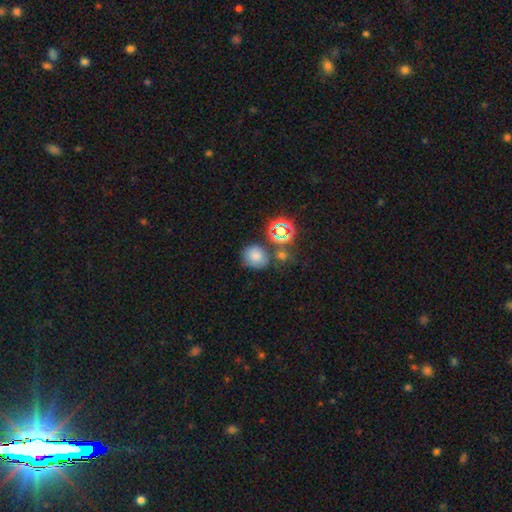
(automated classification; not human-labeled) smooth_or_featured: smooth (p=0.71) [alt: star or artifact p=0.20]
how_rounded: round (p=0.71) [alt: in between p=0.28]
merging: none (p=0.65) [alt: minor disturbance p=0.15]